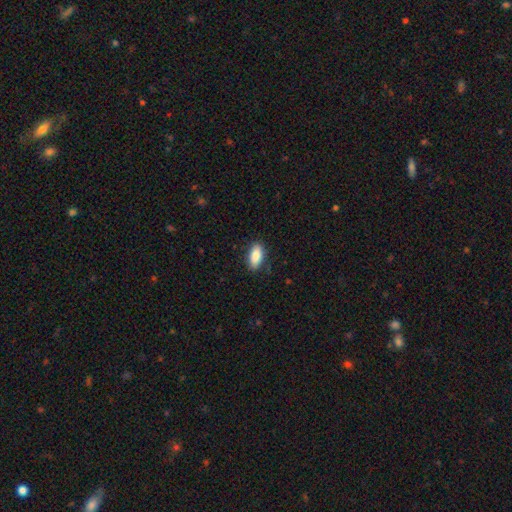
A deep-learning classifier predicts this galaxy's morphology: The model was most divided on "merging": none: 85%, minor disturbance: 11%, major disturbance: 2%, merger: 1%. More confident: how rounded — in between (88%); smooth or featured — smooth (86%).